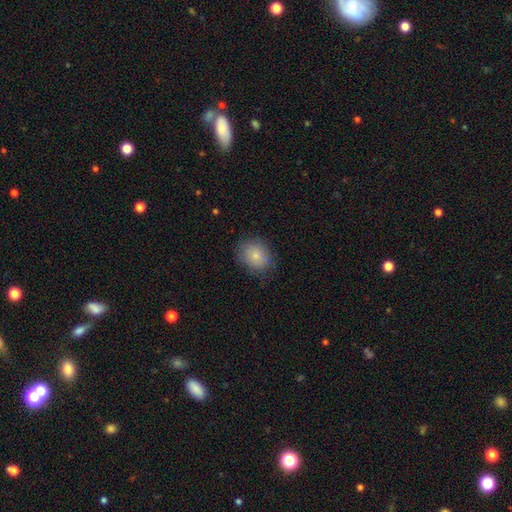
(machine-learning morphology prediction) This is clearly a smooth galaxy (82%). How rounded: possibly round (58%). Merging: likely none (79%).